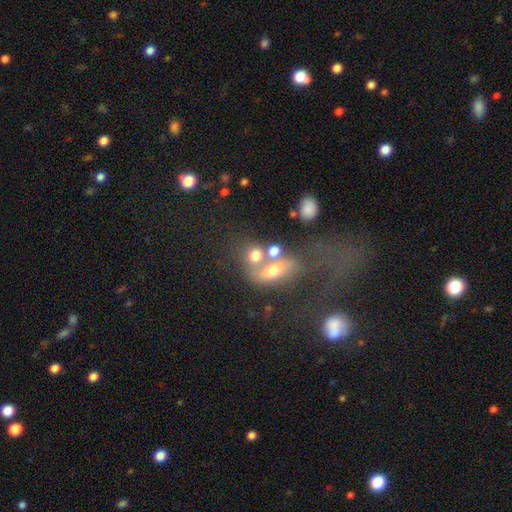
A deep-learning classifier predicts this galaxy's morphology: Smooth or featured? smooth (64%)
How rounded? round (61%)
Merging? merger (43%)